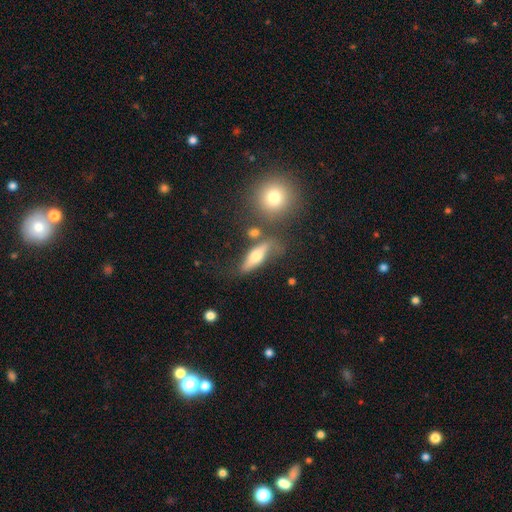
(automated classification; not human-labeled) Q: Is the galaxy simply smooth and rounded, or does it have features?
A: smooth — 49%.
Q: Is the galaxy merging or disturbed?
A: none — 58%.